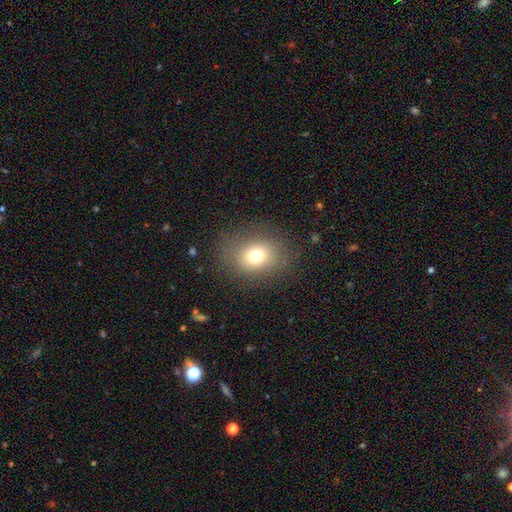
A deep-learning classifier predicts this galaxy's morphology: smooth-or-featured: smooth: 74% | star or artifact: 14% | featured or disk: 12%
  how-rounded: round: 52% | in between: 47% | cigar-shaped: 1%
  merging: none: 80% | minor disturbance: 12% | major disturbance: 6% | merger: 1%